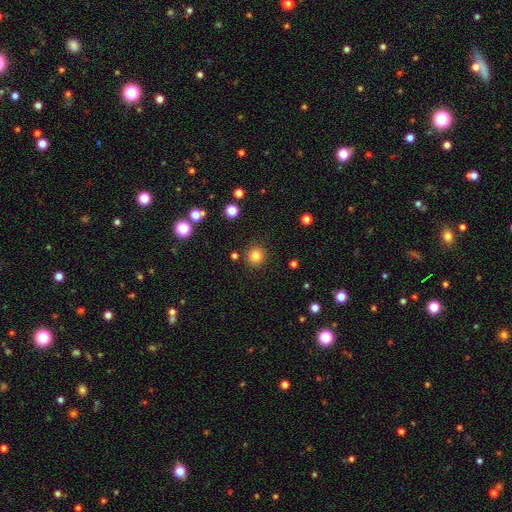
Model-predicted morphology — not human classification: type=smooth (82%); roundness=round (94%); merging=none (90%).